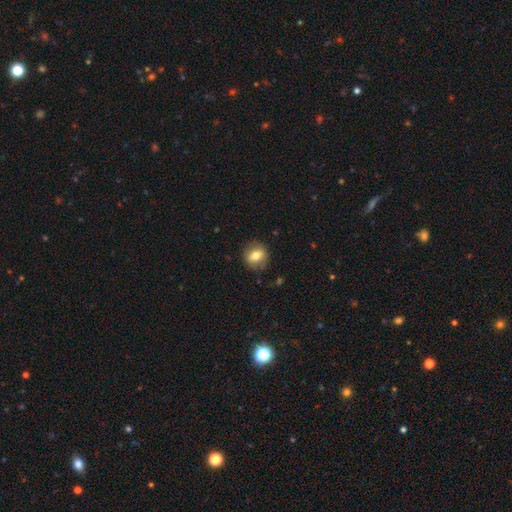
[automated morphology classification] Q: Smooth or featured?
A: smooth (70%); runner-up: featured or disk (21%)
Q: How rounded?
A: round (70%); runner-up: in between (29%)
Q: Merging?
A: none (84%); runner-up: minor disturbance (11%)